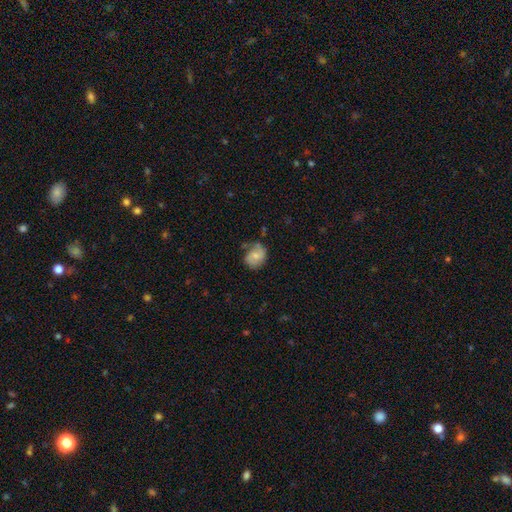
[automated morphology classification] Q: Smooth or featured?
A: smooth (48%); runner-up: featured or disk (44%)
Q: Merging?
A: none (52%); runner-up: minor disturbance (32%)